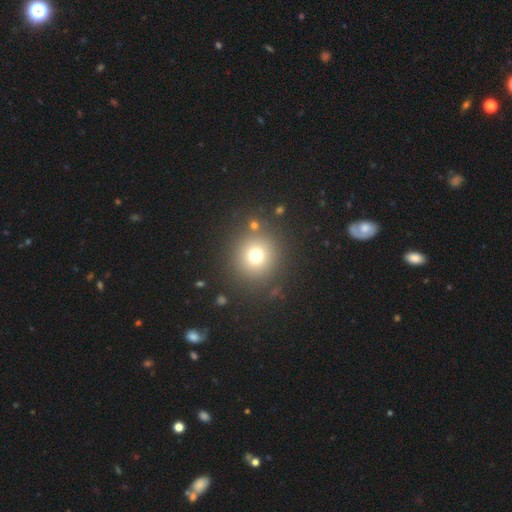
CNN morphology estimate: This is likely a smooth galaxy (73%). How rounded: clearly round (93%). Merging: clearly none (85%).